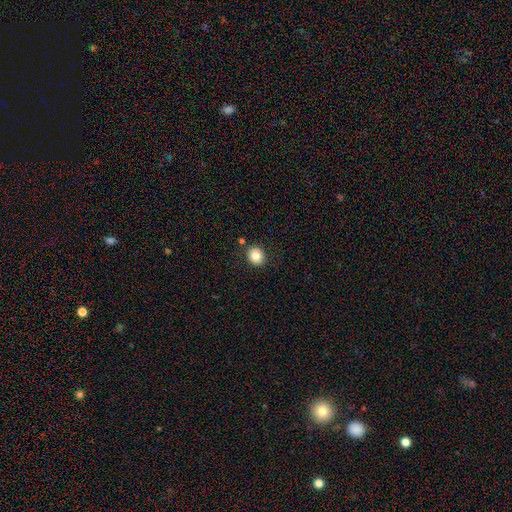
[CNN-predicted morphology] A smooth galaxy with no disk features (83%) that is round (70%). Merging: none (86%).